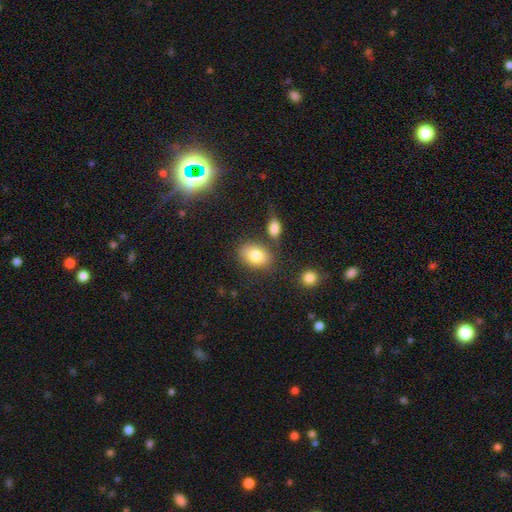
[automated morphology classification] The model was most divided on "how rounded": in between: 78%, round: 21%, cigar-shaped: 1%. More confident: smooth or featured — smooth (82%); merging — none (72%).